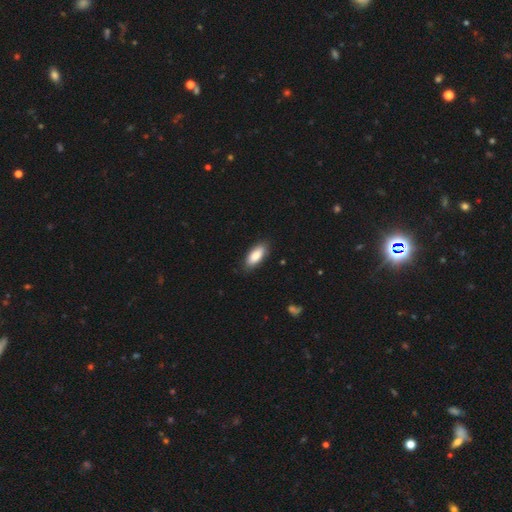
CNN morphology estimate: The model was most divided on "how rounded": in between: 83%, cigar-shaped: 15%, round: 2%. More confident: smooth or featured — smooth (87%); merging — none (85%).